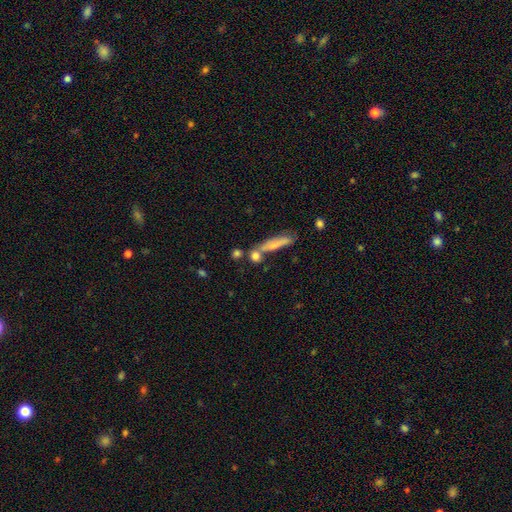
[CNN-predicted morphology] Q: Smooth or featured?
A: smooth (76%); runner-up: featured or disk (14%)
Q: How rounded?
A: round (50%); runner-up: cigar-shaped (30%)
Q: Merging?
A: none (61%); runner-up: merger (24%)